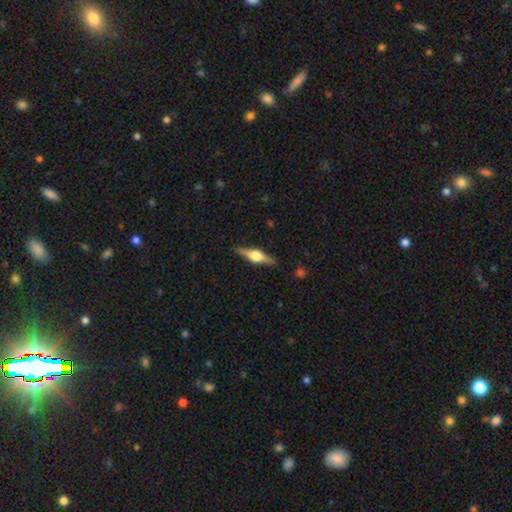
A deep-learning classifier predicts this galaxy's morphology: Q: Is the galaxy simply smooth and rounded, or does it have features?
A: featured or disk — 72%.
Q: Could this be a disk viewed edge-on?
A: yes — 97%.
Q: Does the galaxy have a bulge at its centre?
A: rounded — 93%.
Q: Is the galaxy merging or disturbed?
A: none — 89%.